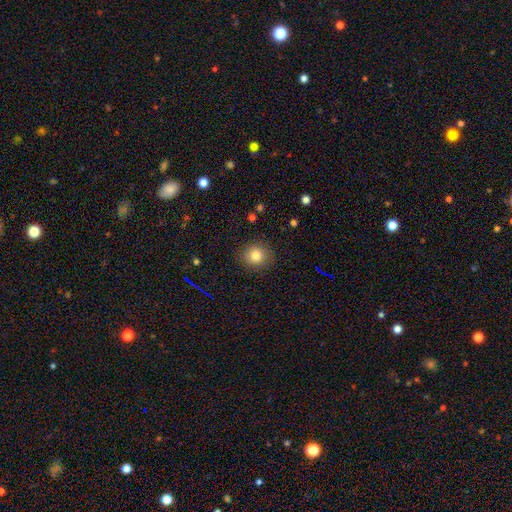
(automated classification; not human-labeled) Smooth or featured: smooth — 80% (star or artifact — 12%)
How rounded: round — 87% (in between — 12%)
Merging: none — 88% (minor disturbance — 8%)